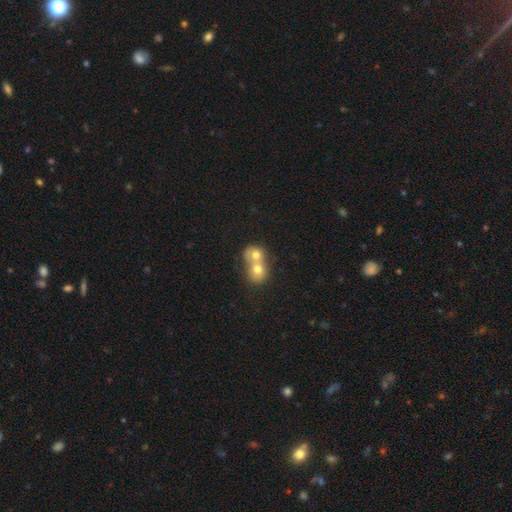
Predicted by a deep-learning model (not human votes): Smooth or featured: smooth — 62% (featured or disk — 23%)
How rounded: round — 71% (in between — 28%)
Merging: merger — 71% (none — 22%)